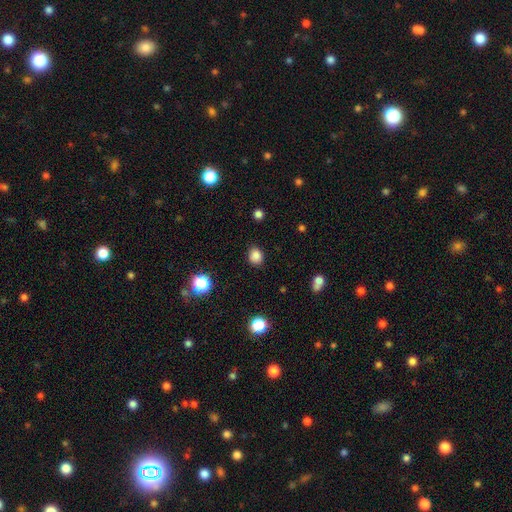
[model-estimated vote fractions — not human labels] smooth_or_featured: smooth (p=0.84) [alt: star or artifact p=0.12]
how_rounded: round (p=0.66) [alt: in between p=0.33]
merging: none (p=0.86) [alt: minor disturbance p=0.10]